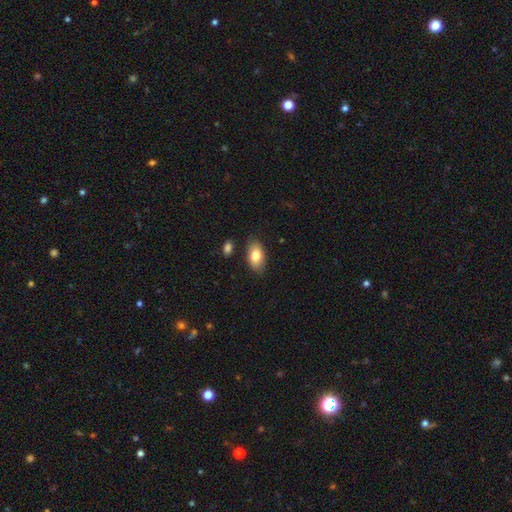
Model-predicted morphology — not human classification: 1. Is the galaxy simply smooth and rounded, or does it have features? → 81% smooth, 13% featured or disk, 7% star or artifact.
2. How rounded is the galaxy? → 92% in between, 6% round, 2% cigar-shaped.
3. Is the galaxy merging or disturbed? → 82% none, 12% minor disturbance, 3% merger, 3% major disturbance.